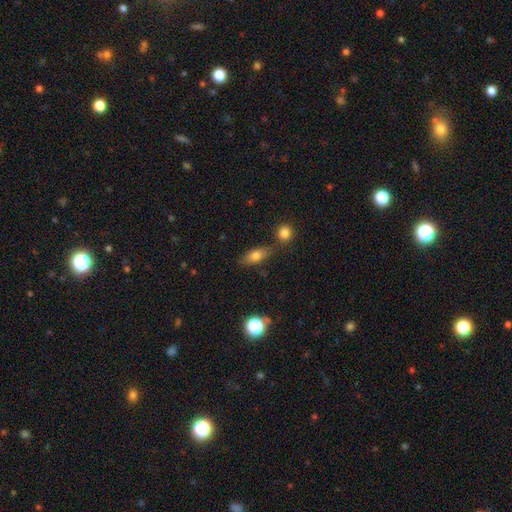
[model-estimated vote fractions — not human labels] Smooth or featured? Predicted: smooth (p=0.73). How rounded? Predicted: in between (p=0.76). Merging? Predicted: none (p=0.73).